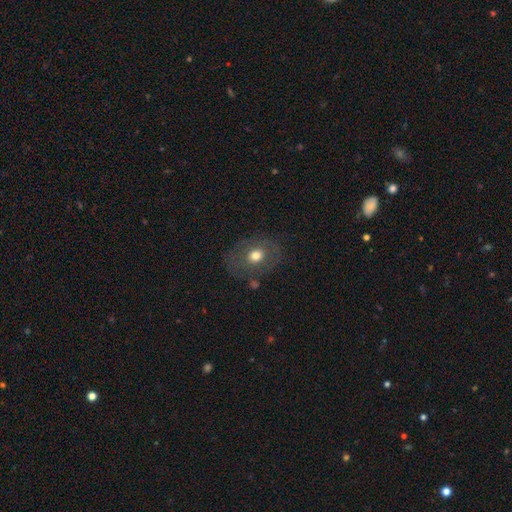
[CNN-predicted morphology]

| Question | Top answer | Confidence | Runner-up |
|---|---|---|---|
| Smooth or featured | smooth | 58% | featured or disk (32%) |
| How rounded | in between | 54% | round (45%) |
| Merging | none | 74% | minor disturbance (16%) |